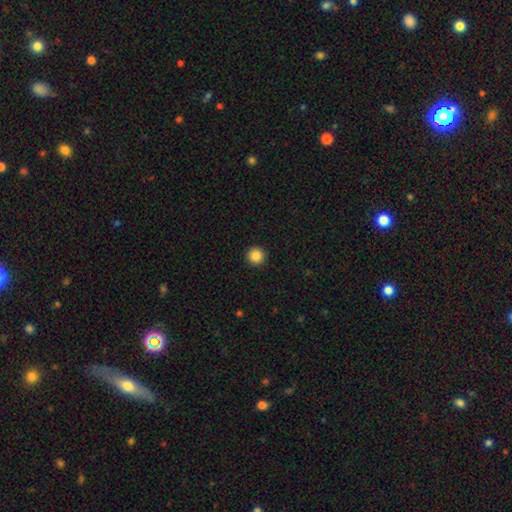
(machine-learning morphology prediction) The model was most divided on "smooth or featured": smooth: 86%, star or artifact: 10%, featured or disk: 4%. More confident: how rounded — round (96%); merging — none (94%).